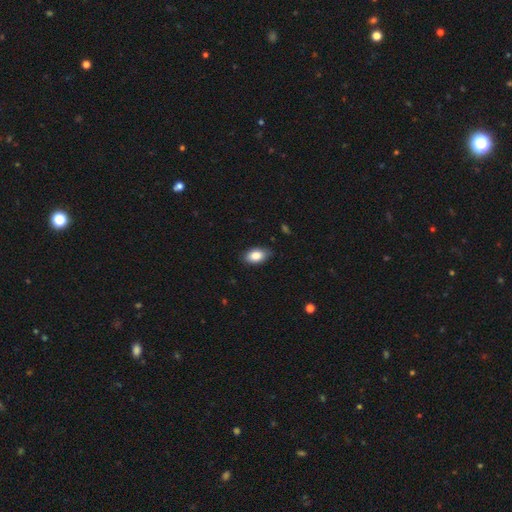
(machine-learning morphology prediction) This is clearly a smooth galaxy (85%). How rounded: clearly in between (92%). Merging: clearly none (84%).